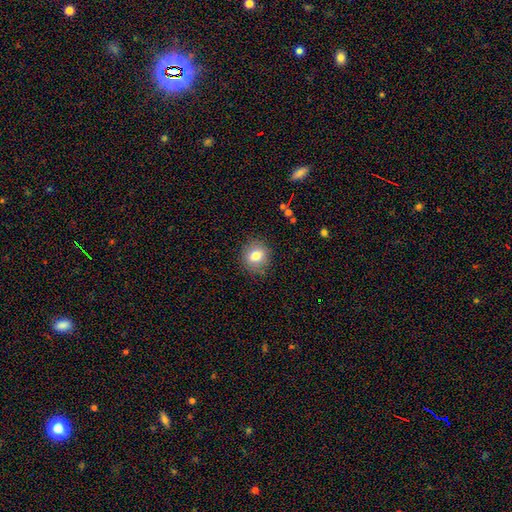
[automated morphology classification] A smooth galaxy with no disk features (76%) that is round (76%).

Vote fractions:
- Smooth or featured? smooth: 76% / featured or disk: 14% / star or artifact: 10%
- How rounded? round: 76% / in between: 23% / cigar-shaped: 1%
- Merging? none: 85% / minor disturbance: 11% / major disturbance: 3% / merger: 1%